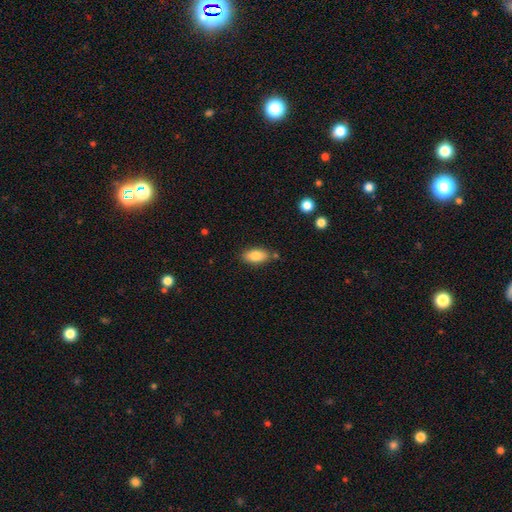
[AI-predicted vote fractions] A smooth galaxy with no disk features (83%) that is in between round and cigar-shaped (91%).

Vote fractions:
- Smooth or featured? smooth: 83% / featured or disk: 10% / star or artifact: 7%
- How rounded? in between: 91% / cigar-shaped: 6% / round: 4%
- Merging? none: 80% / minor disturbance: 13% / merger: 5% / major disturbance: 3%